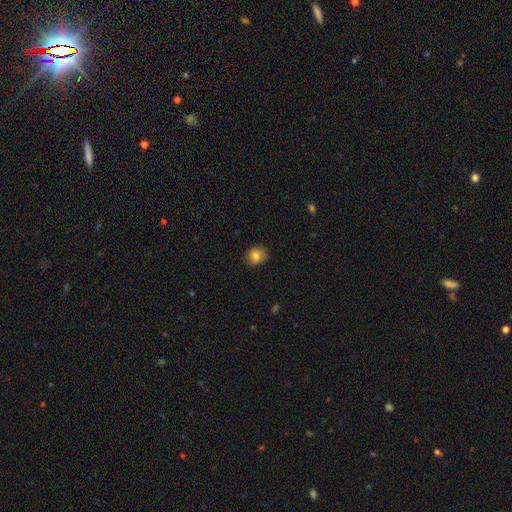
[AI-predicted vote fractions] Q: Smooth or featured?
A: smooth (82%); runner-up: star or artifact (10%)
Q: How rounded?
A: round (73%); runner-up: in between (26%)
Q: Merging?
A: none (83%); runner-up: minor disturbance (14%)